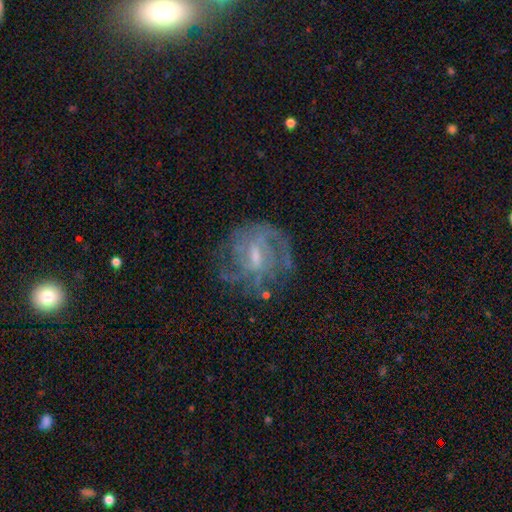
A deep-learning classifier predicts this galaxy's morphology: type=featured or disk (76%); edge-on=no (97%); bar=weak (58%); spiral arms=yes (85%); winding=tight (46%); arm count=can't tell (44%); bulge=small (46%); merging=none (66%).